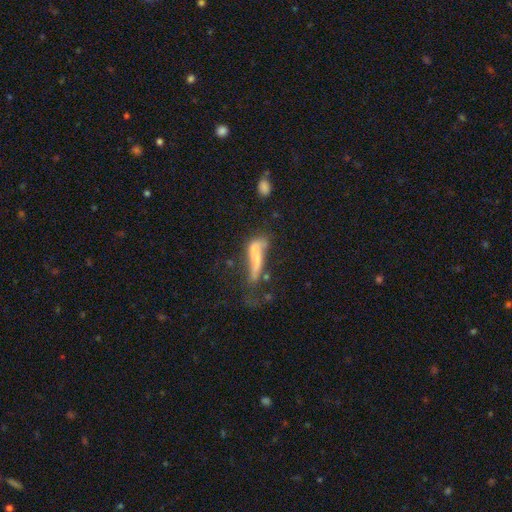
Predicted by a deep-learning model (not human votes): Smooth or featured?
  - smooth: 47% *
  - featured or disk: 42%
  - star or artifact: 11%
Merging?
  - major disturbance: 36% *
  - none: 23%
  - merger: 21%
  - minor disturbance: 20%